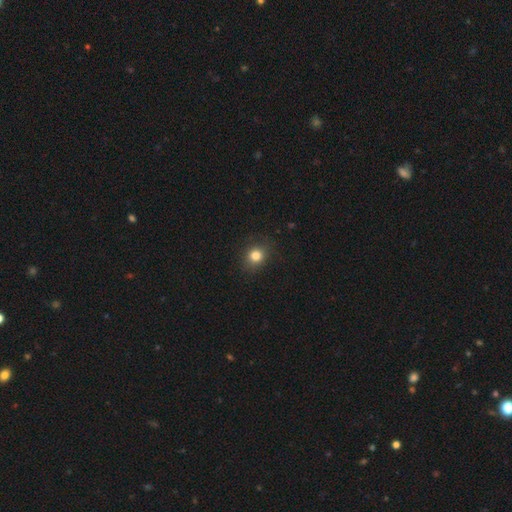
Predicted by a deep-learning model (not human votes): Smooth or featured: smooth — 81% (star or artifact — 12%)
How rounded: round — 72% (in between — 27%)
Merging: none — 84% (minor disturbance — 11%)